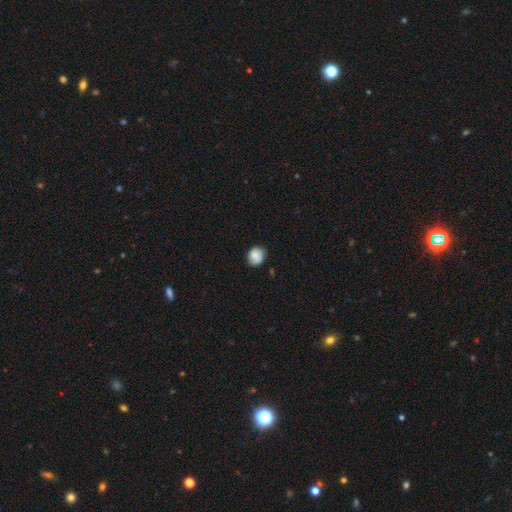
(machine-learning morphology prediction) Q: Smooth or featured?
A: smooth (78%); runner-up: featured or disk (14%)
Q: How rounded?
A: round (70%); runner-up: in between (29%)
Q: Merging?
A: none (76%); runner-up: minor disturbance (18%)